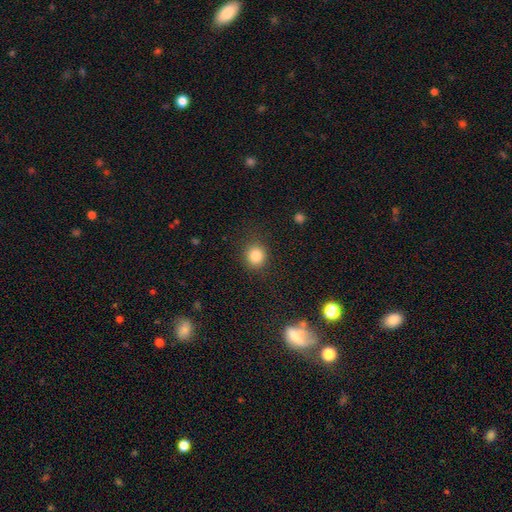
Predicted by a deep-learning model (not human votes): smooth_or_featured: smooth (p=0.84) [alt: star or artifact p=0.11]
how_rounded: round (p=0.85) [alt: in between p=0.14]
merging: none (p=0.87) [alt: minor disturbance p=0.08]